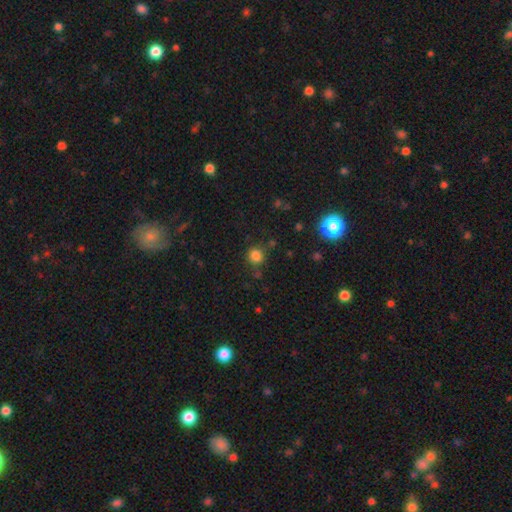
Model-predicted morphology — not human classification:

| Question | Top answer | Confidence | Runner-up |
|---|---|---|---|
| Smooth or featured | smooth | 81% | star or artifact (15%) |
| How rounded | round | 88% | in between (11%) |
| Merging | none | 79% | minor disturbance (12%) |